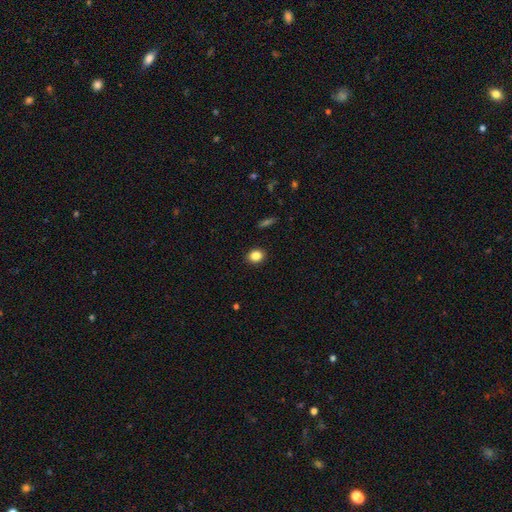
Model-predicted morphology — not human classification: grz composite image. It shows a smooth galaxy with no disk features (85%) that is round (59%). Merging: none (91%).